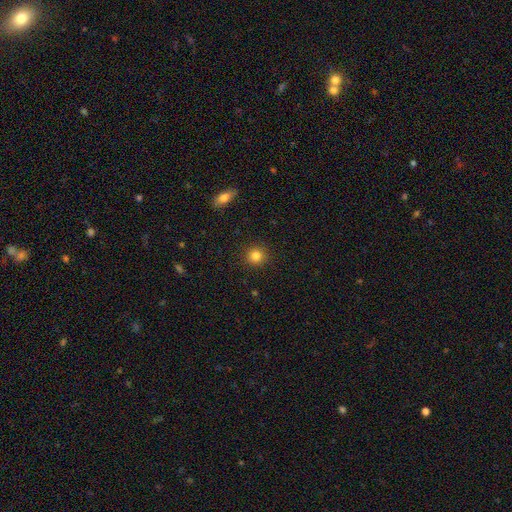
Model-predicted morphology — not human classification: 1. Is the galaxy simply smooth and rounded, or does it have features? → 83% smooth, 11% star or artifact, 6% featured or disk.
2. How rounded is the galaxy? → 93% round, 6% in between, 1% cigar-shaped.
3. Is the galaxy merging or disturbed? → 92% none, 5% minor disturbance, 2% major disturbance, 1% merger.